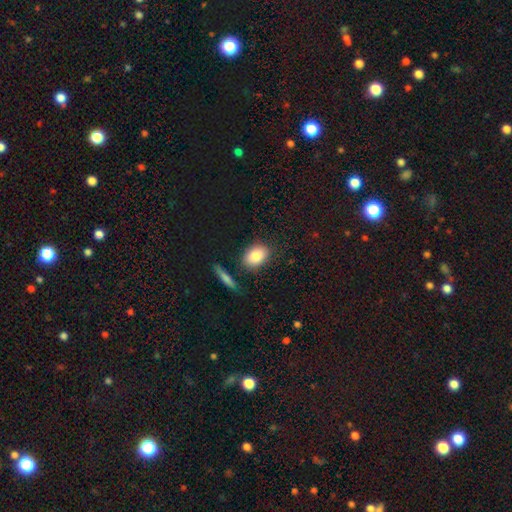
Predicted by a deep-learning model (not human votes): Q: Smooth or featured?
A: smooth (84%); runner-up: star or artifact (8%)
Q: How rounded?
A: in between (75%); runner-up: round (23%)
Q: Merging?
A: none (79%); runner-up: minor disturbance (12%)